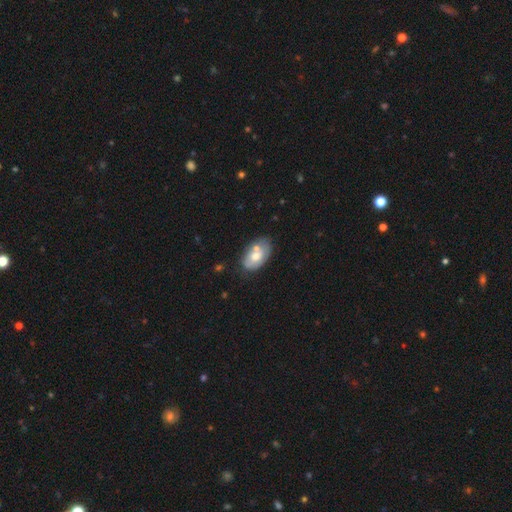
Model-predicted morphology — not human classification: A smooth galaxy with no disk features (55%) that is in between round and cigar-shaped (91%). Merging: none (52%).